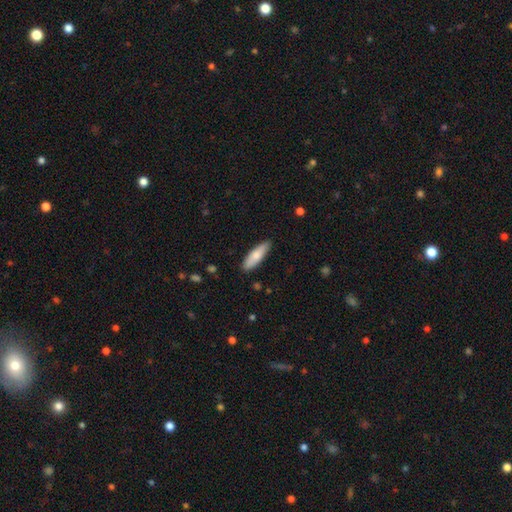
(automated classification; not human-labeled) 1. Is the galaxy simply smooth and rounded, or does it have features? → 78% smooth, 17% featured or disk, 5% star or artifact.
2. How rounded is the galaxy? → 52% cigar-shaped, 47% in between, 2% round.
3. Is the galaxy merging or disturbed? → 87% none, 10% minor disturbance, 2% major disturbance, 1% merger.